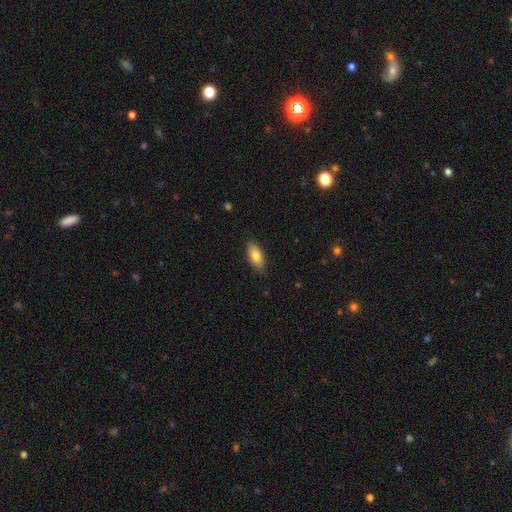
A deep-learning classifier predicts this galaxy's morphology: smooth-or-featured: smooth: 81% | featured or disk: 12% | star or artifact: 6%
  how-rounded: in between: 85% | cigar-shaped: 13% | round: 2%
  merging: none: 83% | minor disturbance: 14% | major disturbance: 2% | merger: 1%